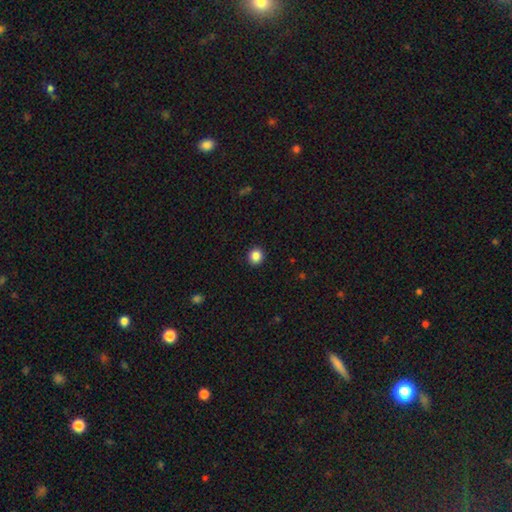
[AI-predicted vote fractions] Q: Smooth or featured?
A: smooth (87%); runner-up: star or artifact (10%)
Q: How rounded?
A: round (90%); runner-up: in between (9%)
Q: Merging?
A: none (93%); runner-up: minor disturbance (5%)